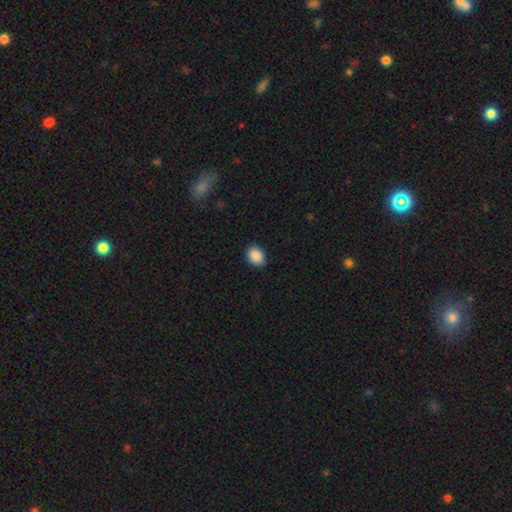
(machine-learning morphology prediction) Smooth or featured? smooth (90%)
How rounded? in between (63%)
Merging? none (89%)